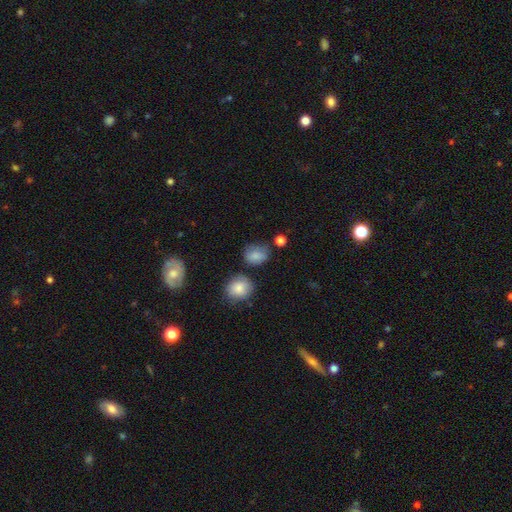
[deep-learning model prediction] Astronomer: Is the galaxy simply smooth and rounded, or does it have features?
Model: smooth — 82%.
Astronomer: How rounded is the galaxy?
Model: round — 54% (runner-up: in between, 45%).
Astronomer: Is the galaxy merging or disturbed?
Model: none — 62%.